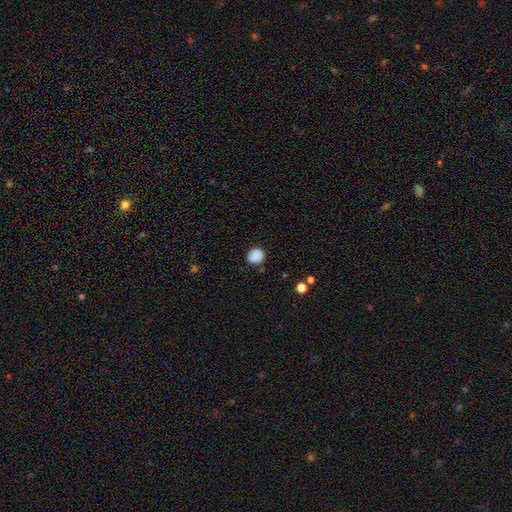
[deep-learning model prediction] Smooth or featured?
  - smooth: 87% *
  - star or artifact: 10%
  - featured or disk: 4%
How rounded?
  - round: 82% *
  - in between: 17%
  - cigar-shaped: 1%
Merging?
  - none: 85% *
  - minor disturbance: 11%
  - major disturbance: 3%
  - merger: 2%